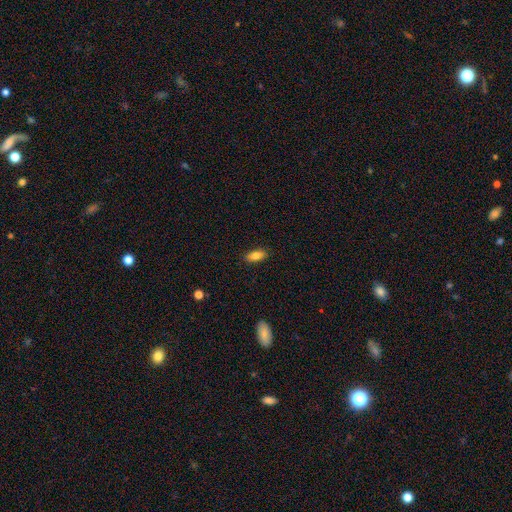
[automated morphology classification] smooth-or-featured: smooth: 83% | featured or disk: 9% | star or artifact: 7%
  how-rounded: in between: 83% | cigar-shaped: 14% | round: 3%
  merging: none: 89% | minor disturbance: 8% | major disturbance: 2% | merger: 1%